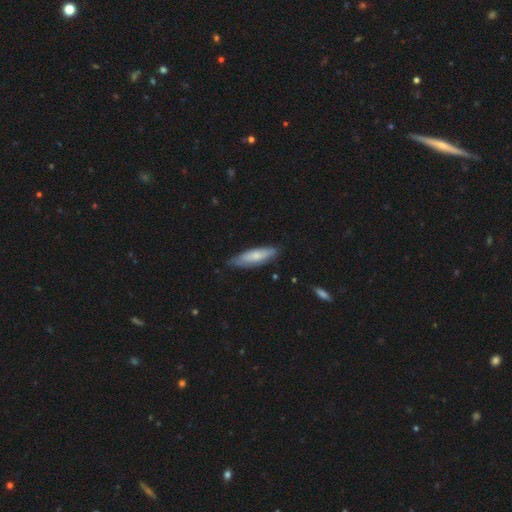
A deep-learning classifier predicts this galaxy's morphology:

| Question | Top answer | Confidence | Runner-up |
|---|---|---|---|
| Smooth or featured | smooth | 64% | featured or disk (30%) |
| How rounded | cigar-shaped | 58% | in between (41%) |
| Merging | none | 72% | minor disturbance (23%) |